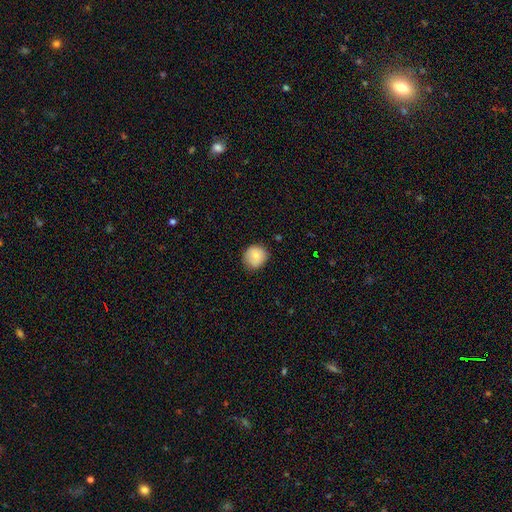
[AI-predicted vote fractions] Smooth or featured? smooth (79%)
How rounded? round (87%)
Merging? none (81%)